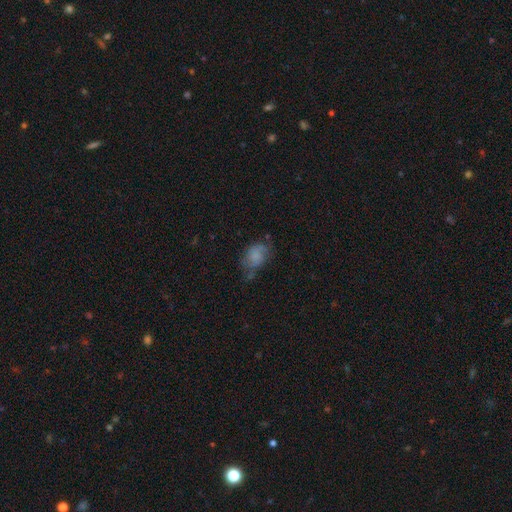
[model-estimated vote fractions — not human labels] smooth-or-featured: smooth: 62% | featured or disk: 27% | star or artifact: 10%
  how-rounded: in between: 75% | round: 24% | cigar-shaped: 1%
  merging: none: 44% | minor disturbance: 32% | major disturbance: 20% | merger: 4%